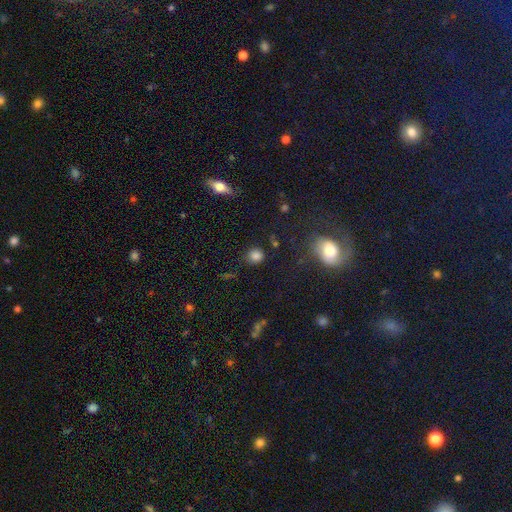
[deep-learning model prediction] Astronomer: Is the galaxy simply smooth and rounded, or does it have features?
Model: smooth — 80%.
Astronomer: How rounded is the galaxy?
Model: round — 83%.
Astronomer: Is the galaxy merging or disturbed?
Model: none — 83%.